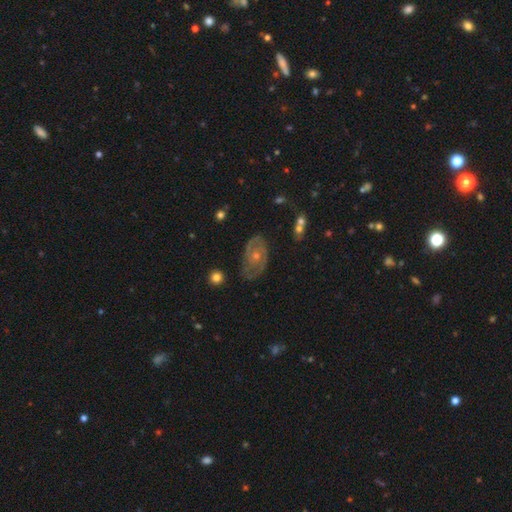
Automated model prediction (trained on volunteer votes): A featured or disk galaxy (80%) with no bar (74%), 2 (61%) tight (54%) spiral arms (90%) and a moderate central bulge (49%).

Vote fractions:
- Smooth or featured? featured or disk: 80% / smooth: 12% / star or artifact: 8%
- Edge-on disk? no: 96% / yes: 4%
- Bar? no: 74% / weak: 22% / strong: 4%
- Spiral arms? yes: 90% / no: 10%
- Spiral winding? tight: 54% / medium: 36% / loose: 10%
- Spiral arm count? 2: 61% / can't tell: 20% / 3: 9% / 1: 5% / 4: 3% / more than 4: 3%
- Bulge size? moderate: 49% / small: 46% / none: 2% / large: 2% / dominant: 1%
- Merging? none: 72% / minor disturbance: 19% / major disturbance: 7% / merger: 2%